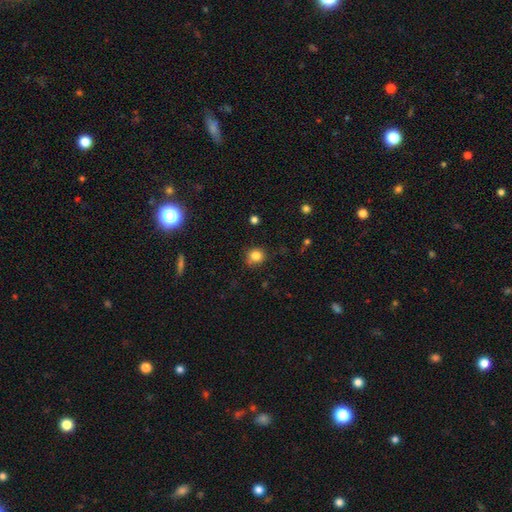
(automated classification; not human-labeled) This is clearly a smooth galaxy (83%). How rounded: clearly round (84%). Merging: clearly none (80%).